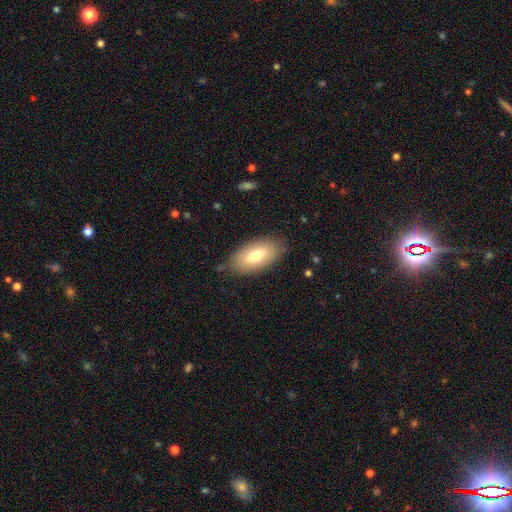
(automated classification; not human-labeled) This appears to be a smooth galaxy with no disk features (73%) that is in between round and cigar-shaped (92%). Merging: none (81%).